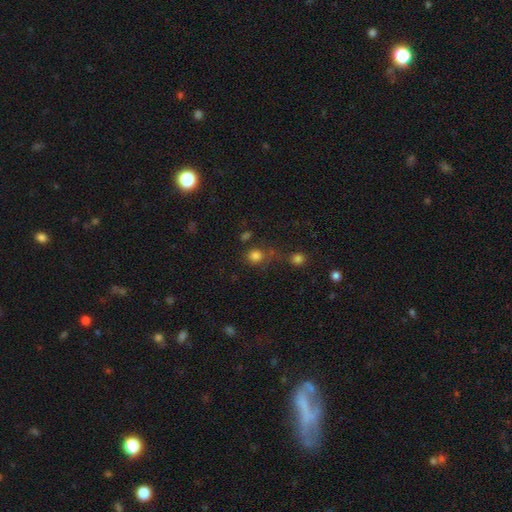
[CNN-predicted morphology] This appears to be a smooth galaxy with no disk features (78%) that is round (84%). Merging: none (65%).